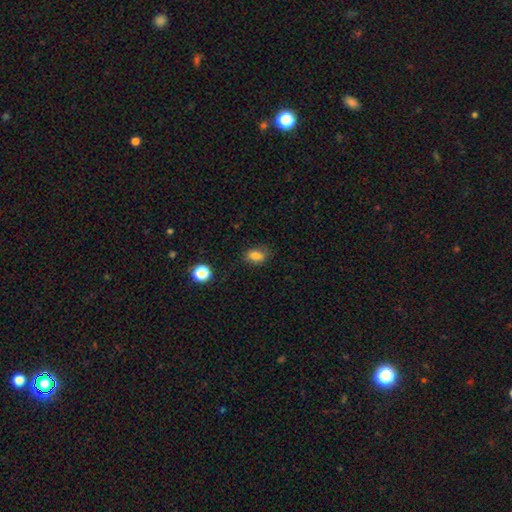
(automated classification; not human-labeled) smooth-or-featured: smooth: 82% | star or artifact: 12% | featured or disk: 6%
  how-rounded: in between: 80% | round: 17% | cigar-shaped: 3%
  merging: none: 77% | minor disturbance: 17% | major disturbance: 4% | merger: 2%